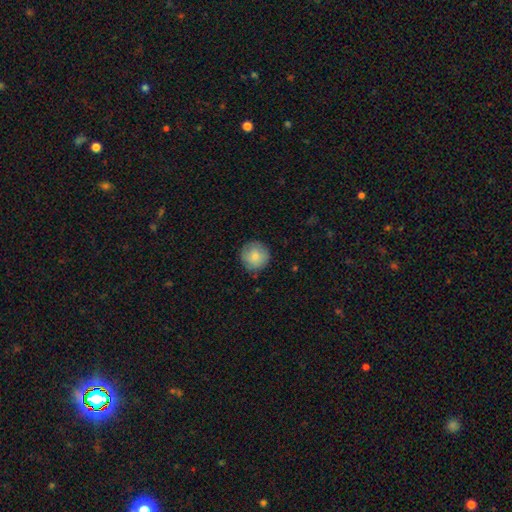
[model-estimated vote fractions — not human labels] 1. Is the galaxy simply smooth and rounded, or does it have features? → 81% smooth, 12% featured or disk, 7% star or artifact.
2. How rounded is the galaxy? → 95% round, 4% in between, 1% cigar-shaped.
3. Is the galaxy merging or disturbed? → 84% none, 13% minor disturbance, 2% major disturbance, 1% merger.